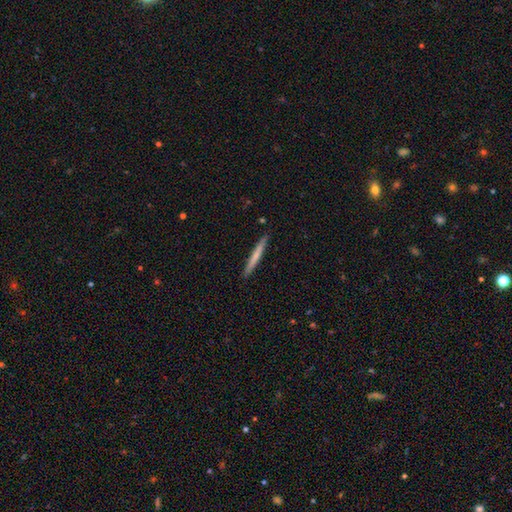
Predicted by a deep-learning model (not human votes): smooth_or_featured: smooth (p=0.65) [alt: featured or disk p=0.30]
how_rounded: cigar-shaped (p=0.97) [alt: in between p=0.02]
merging: none (p=0.91) [alt: minor disturbance p=0.07]